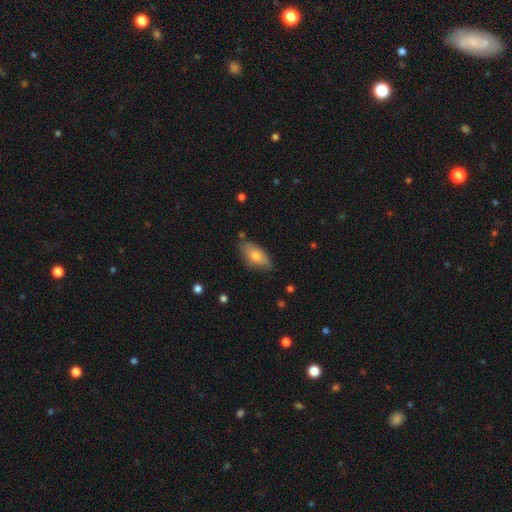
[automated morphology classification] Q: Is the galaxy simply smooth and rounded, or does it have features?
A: smooth — 70%.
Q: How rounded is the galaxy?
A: in between — 88%.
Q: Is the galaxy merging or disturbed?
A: none — 75%.